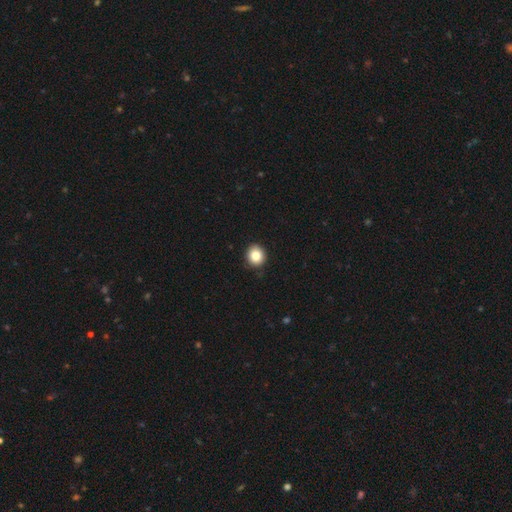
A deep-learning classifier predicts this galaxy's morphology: This is clearly a smooth galaxy (85%). How rounded: clearly round (86%). Merging: clearly none (90%).